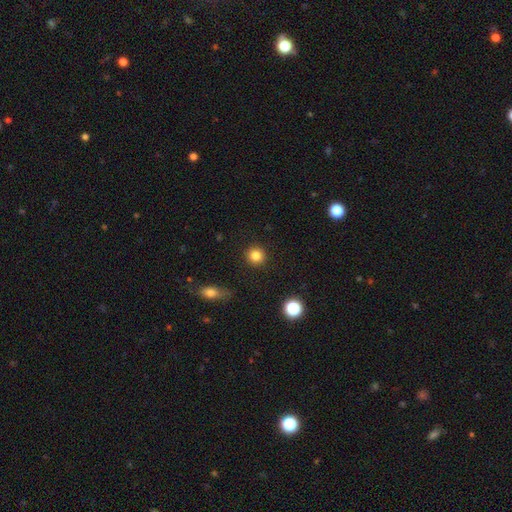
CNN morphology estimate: Smooth or featured? Predicted: smooth (p=0.84). How rounded? Predicted: round (p=0.93). Merging? Predicted: none (p=0.91).